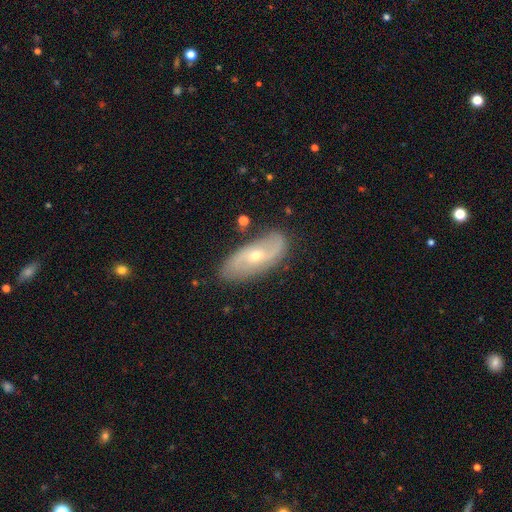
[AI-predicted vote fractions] This appears to be a featured or disk galaxy (74%) with no bar (61%), 2 (83%) loose (49%) spiral arms (83%) and a small central bulge (53%). Merging: none (81%).